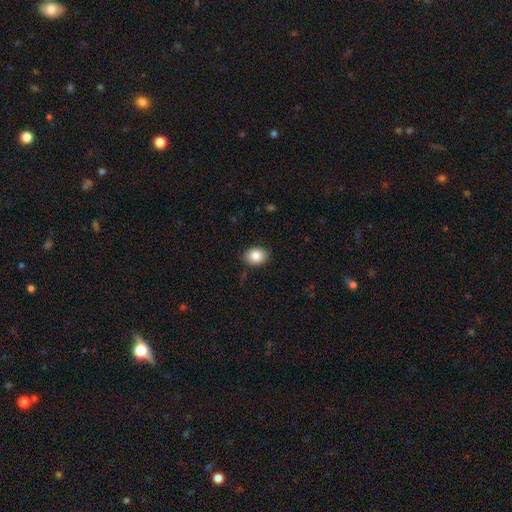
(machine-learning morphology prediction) Overall: smooth (86%). How rounded: in between (59%; round 40%). Merging: none (85%).